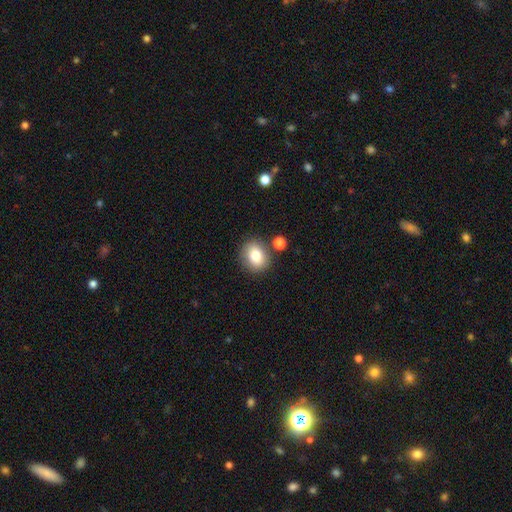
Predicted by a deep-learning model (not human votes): Smooth or featured? Predicted: smooth (p=0.80). How rounded? Predicted: round (p=0.65). Merging? Predicted: none (p=0.79).